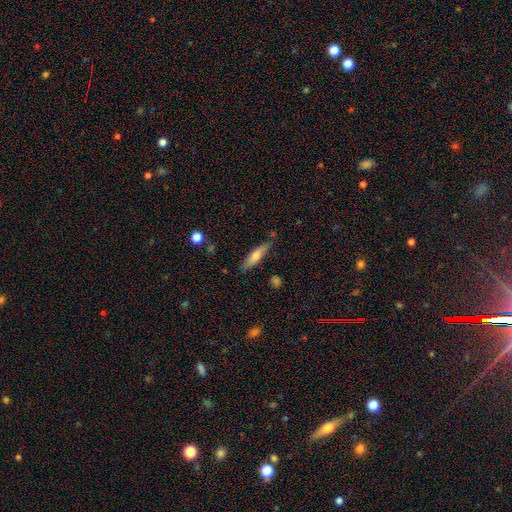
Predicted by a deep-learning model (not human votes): Smooth or featured? Predicted: smooth (p=0.60). How rounded? Predicted: cigar-shaped (p=0.78). Merging? Predicted: none (p=0.78).